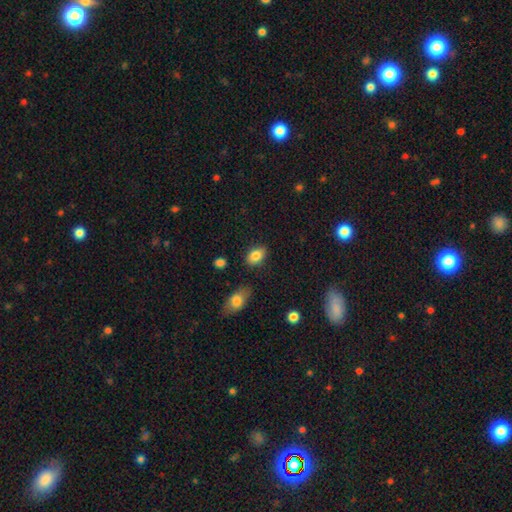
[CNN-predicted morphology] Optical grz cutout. It shows a smooth galaxy with no disk features (84%) that is in between round and cigar-shaped (83%). Merging: none (83%).